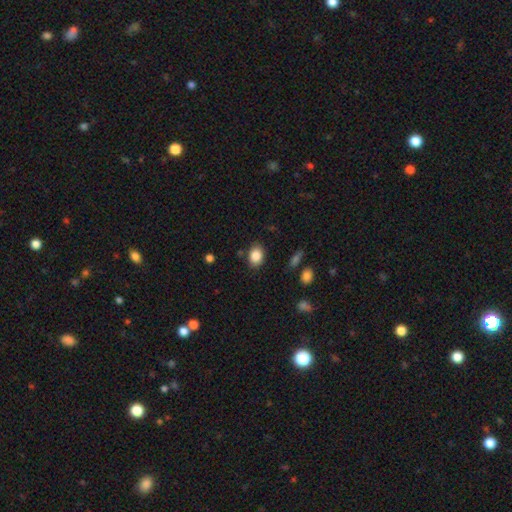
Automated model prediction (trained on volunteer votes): Overall: smooth (86%). How rounded: in between (68%; round 31%). Merging: none (83%).